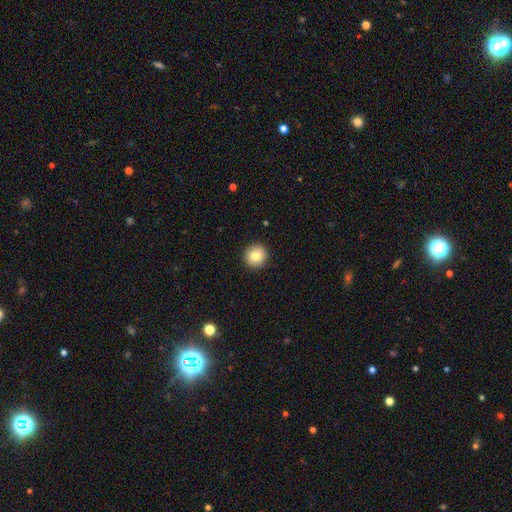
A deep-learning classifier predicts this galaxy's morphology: Smooth or featured?
  - smooth: 82% *
  - star or artifact: 9%
  - featured or disk: 9%
How rounded?
  - round: 92% *
  - in between: 7%
  - cigar-shaped: 1%
Merging?
  - none: 93% *
  - minor disturbance: 5%
  - major disturbance: 2%
  - merger: 1%